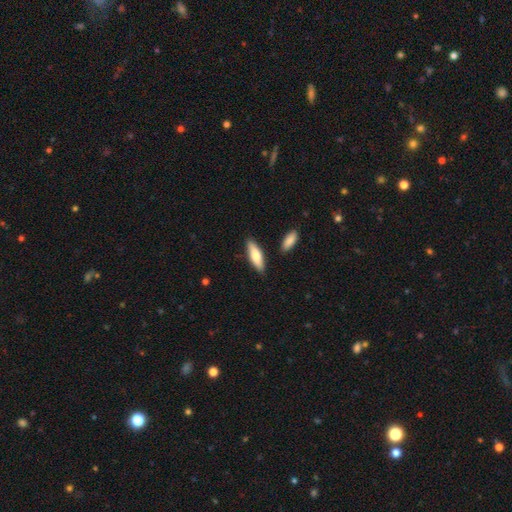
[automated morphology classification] Smooth or featured? smooth (72%)
How rounded? cigar-shaped (50%)
Merging? none (83%)